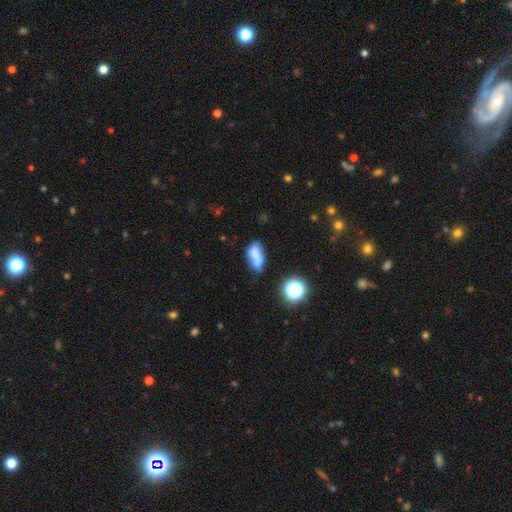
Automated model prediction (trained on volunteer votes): Q: Smooth or featured?
A: smooth (63%); runner-up: featured or disk (24%)
Q: How rounded?
A: in between (78%); runner-up: cigar-shaped (14%)
Q: Merging?
A: none (39%); runner-up: merger (26%)